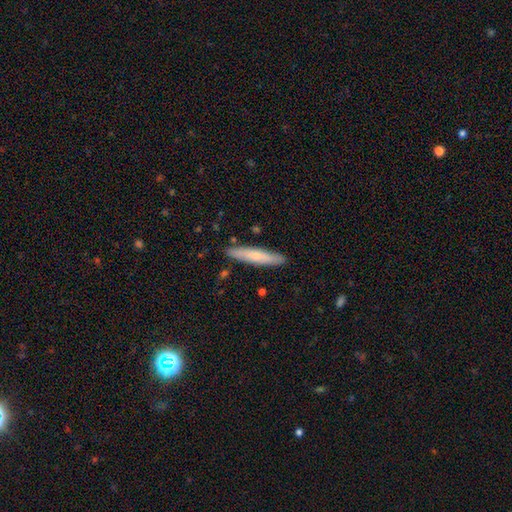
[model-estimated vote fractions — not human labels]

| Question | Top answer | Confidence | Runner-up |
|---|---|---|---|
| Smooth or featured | smooth | 66% | featured or disk (28%) |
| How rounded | cigar-shaped | 91% | in between (8%) |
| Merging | none | 89% | minor disturbance (8%) |